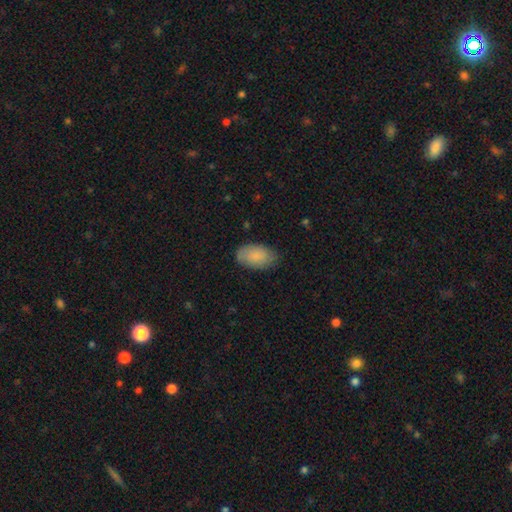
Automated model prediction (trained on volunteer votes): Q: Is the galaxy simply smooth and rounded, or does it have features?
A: smooth — 82%.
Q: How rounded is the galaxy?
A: in between — 94%.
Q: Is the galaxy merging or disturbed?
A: none — 78%.